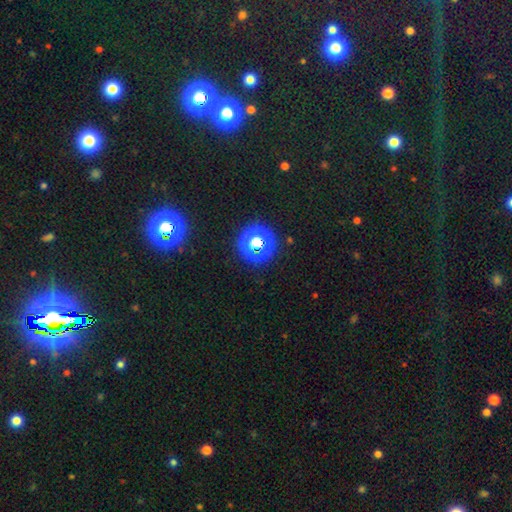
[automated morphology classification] This appears to be a star or artifact, not a galaxy (77%).